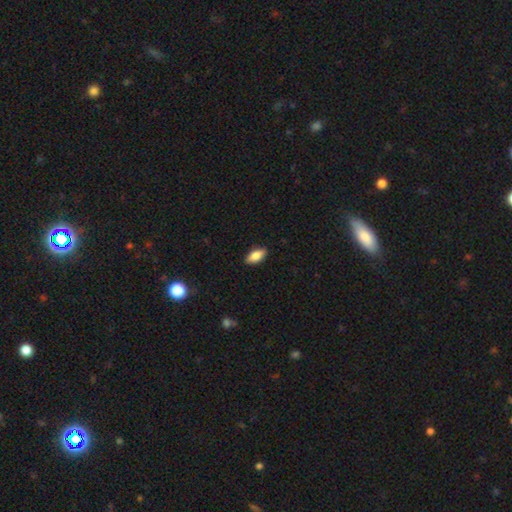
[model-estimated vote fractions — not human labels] smooth_or_featured: smooth (p=0.80) [alt: featured or disk p=0.13]
how_rounded: in between (p=0.87) [alt: cigar-shaped p=0.10]
merging: none (p=0.89) [alt: minor disturbance p=0.08]